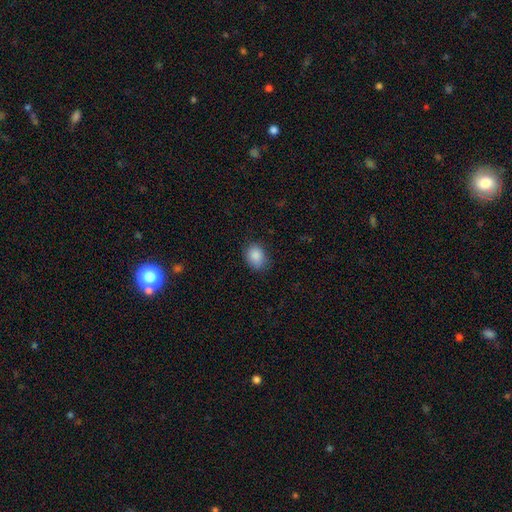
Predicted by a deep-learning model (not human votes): smooth-or-featured: smooth: 87% | star or artifact: 9% | featured or disk: 4%
  how-rounded: in between: 53% | round: 46% | cigar-shaped: 1%
  merging: none: 78% | minor disturbance: 17% | major disturbance: 4% | merger: 1%